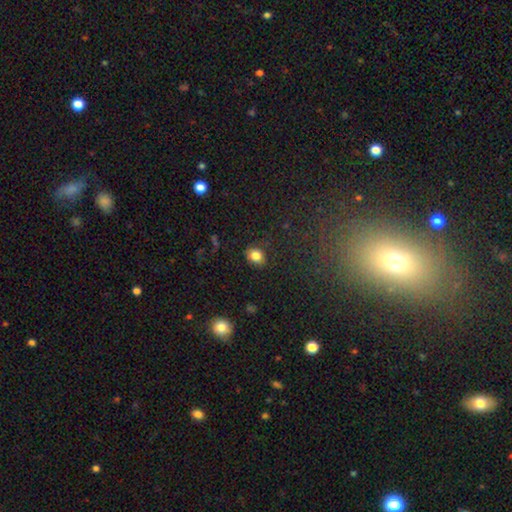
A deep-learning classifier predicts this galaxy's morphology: smooth_or_featured: smooth (p=0.82) [alt: star or artifact p=0.11]
how_rounded: round (p=0.53) [alt: in between p=0.46]
merging: none (p=0.82) [alt: minor disturbance p=0.13]